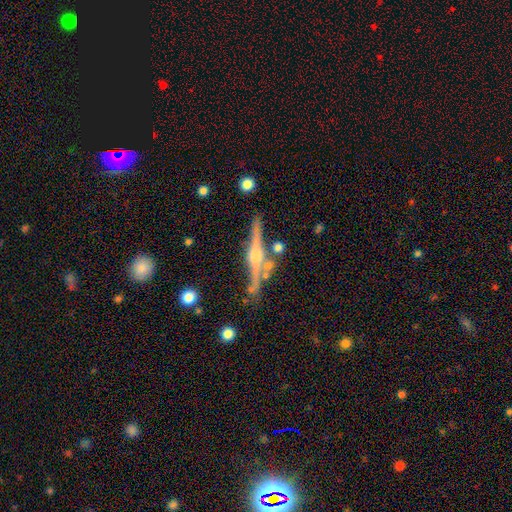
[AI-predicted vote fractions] Smooth or featured: featured or disk — 79% (smooth — 14%)
Edge-on disk: yes — 97% (no — 3%)
Edge-on bulge: rounded — 88% (boxy — 7%)
Merging: none — 75% (minor disturbance — 13%)